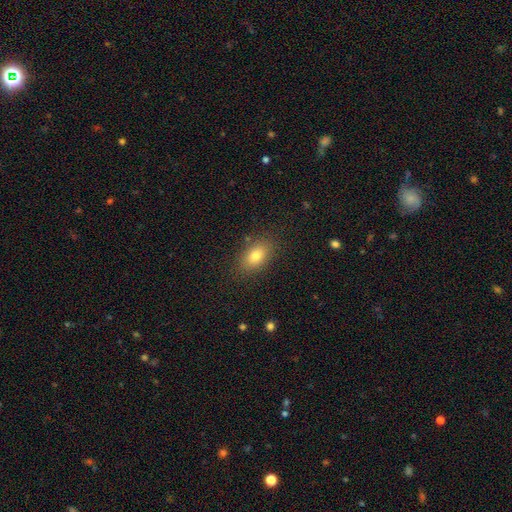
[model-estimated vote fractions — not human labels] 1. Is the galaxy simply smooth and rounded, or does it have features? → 79% smooth, 11% featured or disk, 10% star or artifact.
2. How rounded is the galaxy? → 86% in between, 11% round, 3% cigar-shaped.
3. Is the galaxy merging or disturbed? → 85% none, 10% minor disturbance, 3% major disturbance, 2% merger.